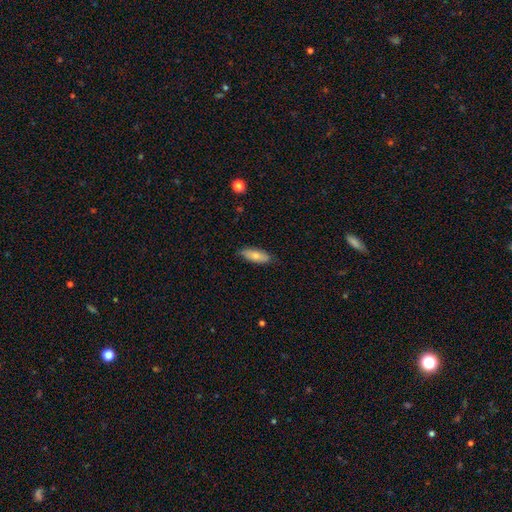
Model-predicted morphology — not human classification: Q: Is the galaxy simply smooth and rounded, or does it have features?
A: smooth — 75%.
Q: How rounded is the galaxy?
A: in between — 75%.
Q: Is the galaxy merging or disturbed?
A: none — 82%.